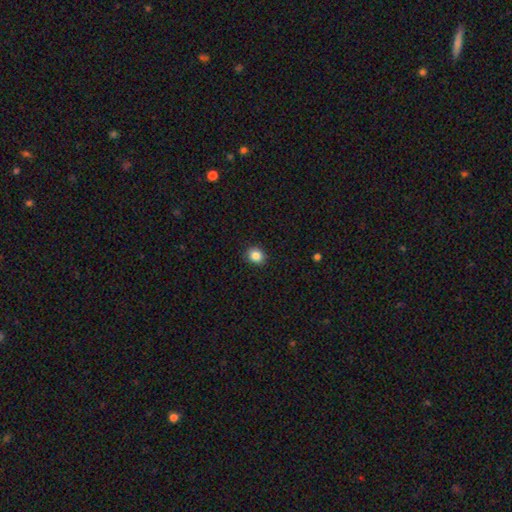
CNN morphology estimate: smooth_or_featured: smooth (p=0.85) [alt: star or artifact p=0.10]
how_rounded: round (p=0.73) [alt: in between p=0.26]
merging: none (p=0.91) [alt: minor disturbance p=0.07]